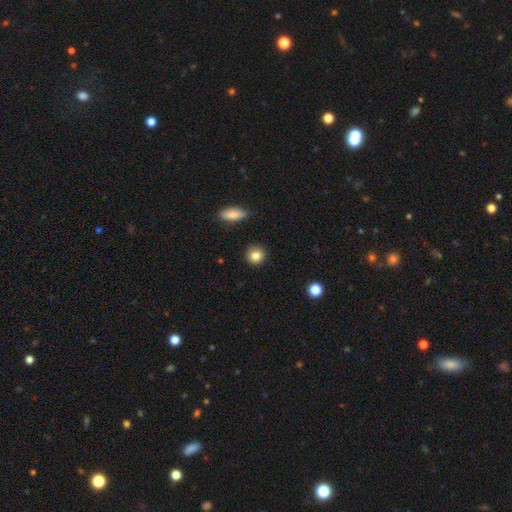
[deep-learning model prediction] This appears to be a smooth galaxy with no disk features (85%) that is round (88%). Merging: none (91%).